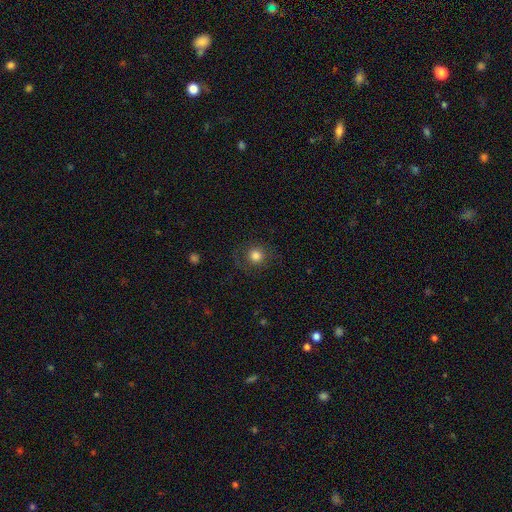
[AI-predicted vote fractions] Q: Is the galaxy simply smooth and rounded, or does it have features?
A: smooth — 80%.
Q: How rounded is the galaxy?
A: round — 92%.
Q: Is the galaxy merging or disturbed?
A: none — 82%.